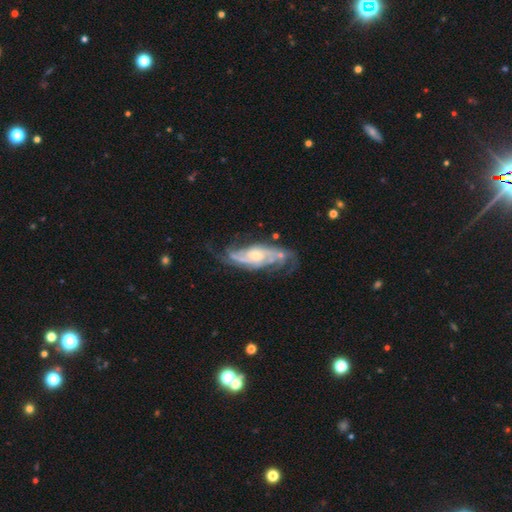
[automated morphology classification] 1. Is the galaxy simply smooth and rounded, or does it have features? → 88% featured or disk, 7% smooth, 5% star or artifact.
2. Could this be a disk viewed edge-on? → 92% no, 8% yes.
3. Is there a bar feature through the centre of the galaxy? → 62% no, 31% weak, 8% strong.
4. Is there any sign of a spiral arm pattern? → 96% yes, 4% no.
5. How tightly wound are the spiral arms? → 43% medium, 40% tight, 16% loose.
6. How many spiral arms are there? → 32% 2, 24% 3, 23% can't tell, 10% 4, 5% more than 4, 5% 1.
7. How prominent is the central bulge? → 51% moderate, 39% small, 5% large, 3% none, 1% dominant.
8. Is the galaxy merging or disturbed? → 62% none, 21% minor disturbance, 14% major disturbance, 3% merger.